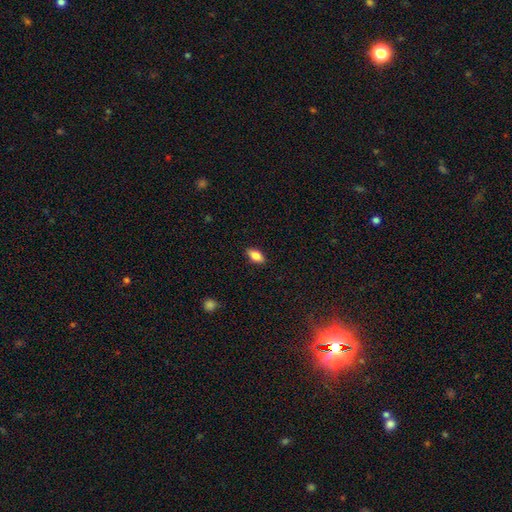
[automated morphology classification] The model was most divided on "smooth or featured": smooth: 84%, featured or disk: 9%, star or artifact: 8%. More confident: how rounded — in between (89%); merging — none (88%).